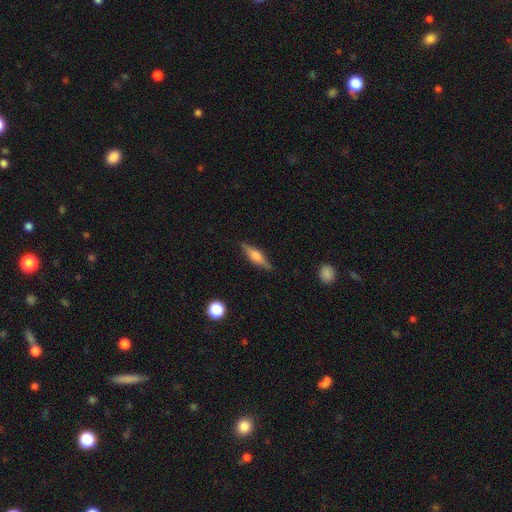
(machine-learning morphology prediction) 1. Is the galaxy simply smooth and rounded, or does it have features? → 52% featured or disk, 41% smooth, 7% star or artifact.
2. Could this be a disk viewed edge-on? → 94% yes, 6% no.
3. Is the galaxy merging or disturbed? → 86% none, 11% minor disturbance, 2% major disturbance, 1% merger.